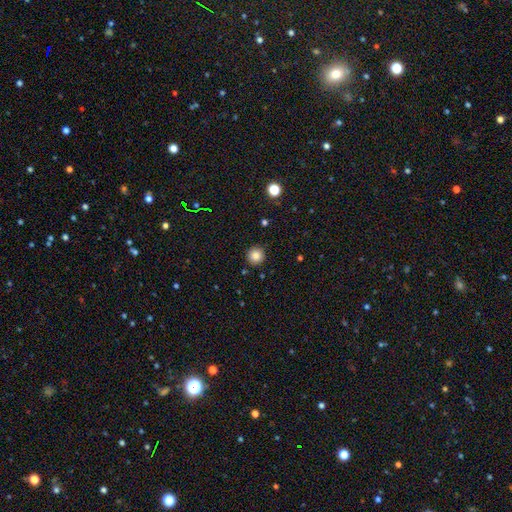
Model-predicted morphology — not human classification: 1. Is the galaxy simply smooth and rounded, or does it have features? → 84% smooth, 11% star or artifact, 5% featured or disk.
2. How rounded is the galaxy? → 96% round, 4% in between, 1% cigar-shaped.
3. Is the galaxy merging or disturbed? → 91% none, 6% minor disturbance, 2% major disturbance, 2% merger.